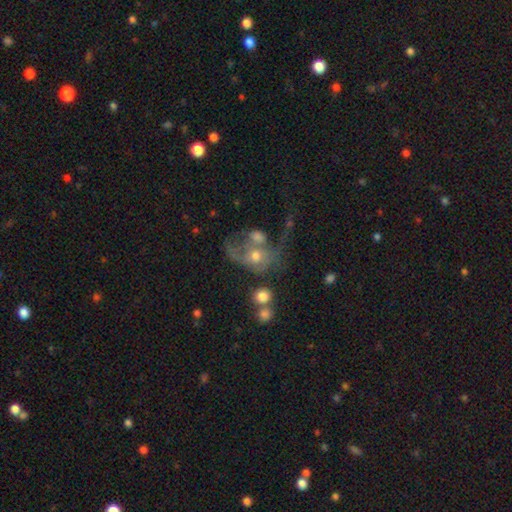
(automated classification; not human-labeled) featured or disk 51%, smooth 36%, star or artifact 13%. Down the decision tree: edge-on disk — no (96%); merging — merger (39%).